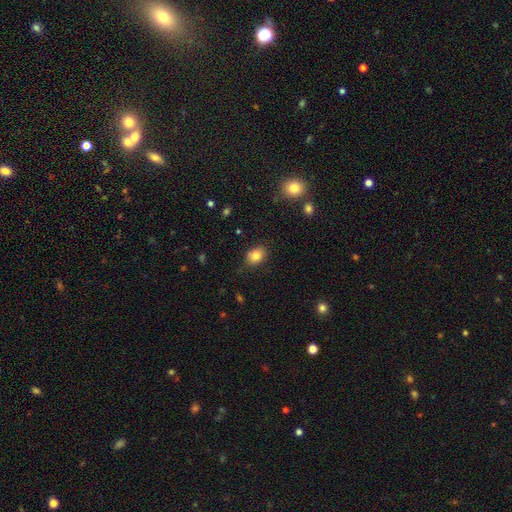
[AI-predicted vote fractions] Overall: smooth (82%). How rounded: in between (66%; round 33%). Merging: none (83%).